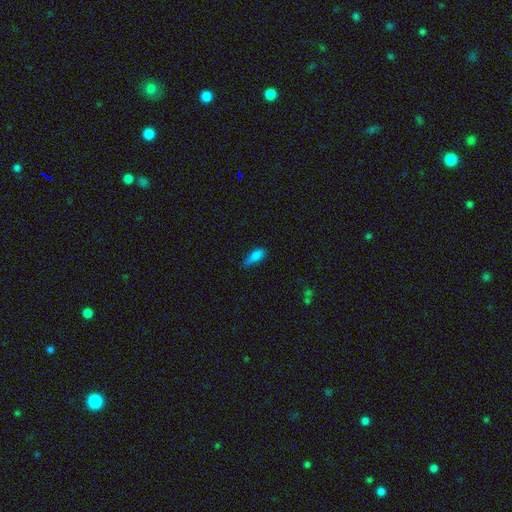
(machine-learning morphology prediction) Overall: smooth (82%). How rounded: in between (69%). Merging: none (58%; minor disturbance 33%).